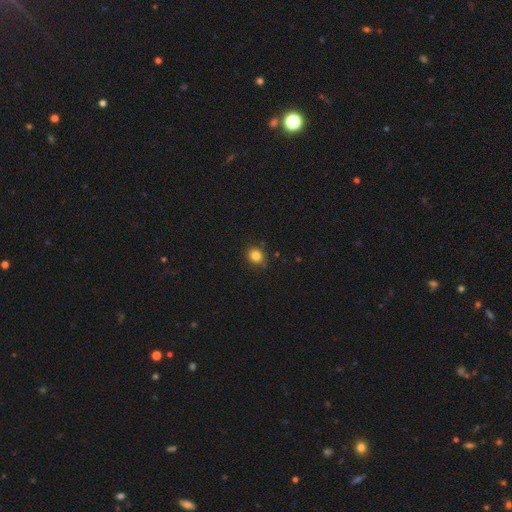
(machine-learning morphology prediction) type=smooth (84%); roundness=round (71%); merging=none (87%).